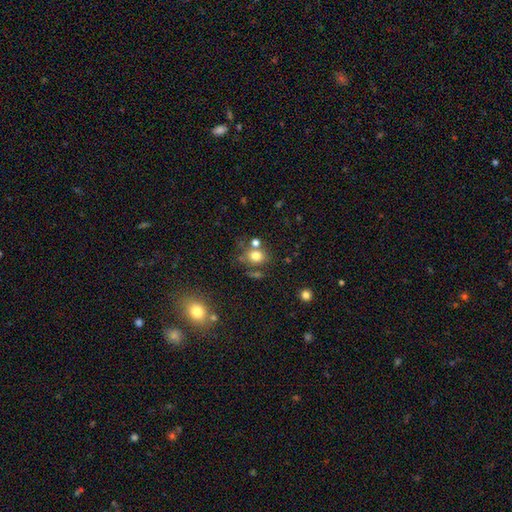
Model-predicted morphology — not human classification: This is likely a smooth galaxy (76%). How rounded: likely round (60%). Merging: likely none (61%).